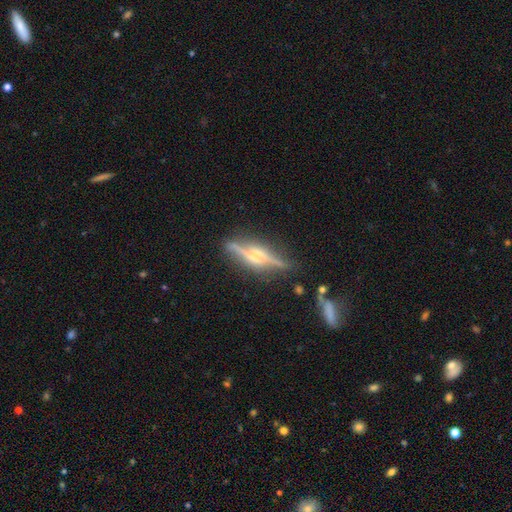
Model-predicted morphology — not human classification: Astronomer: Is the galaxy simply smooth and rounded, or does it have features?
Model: featured or disk — 82%.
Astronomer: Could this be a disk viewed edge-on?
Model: yes — 95%.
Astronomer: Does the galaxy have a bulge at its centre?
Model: rounded — 88%.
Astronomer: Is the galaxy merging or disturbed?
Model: none — 79%.